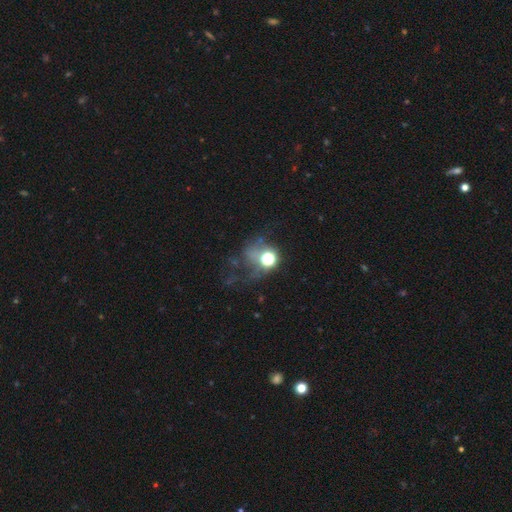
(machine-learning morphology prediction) Smooth or featured? smooth (38%)
Merging? major disturbance (40%)